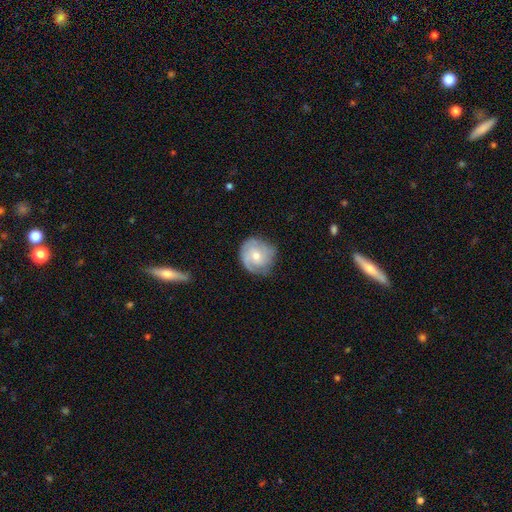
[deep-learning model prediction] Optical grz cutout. It shows a featured or disk galaxy (63%) with no bar (70%), tight (54%) spiral arms (87%) and a moderate central bulge (55%). Merging: none (70%).